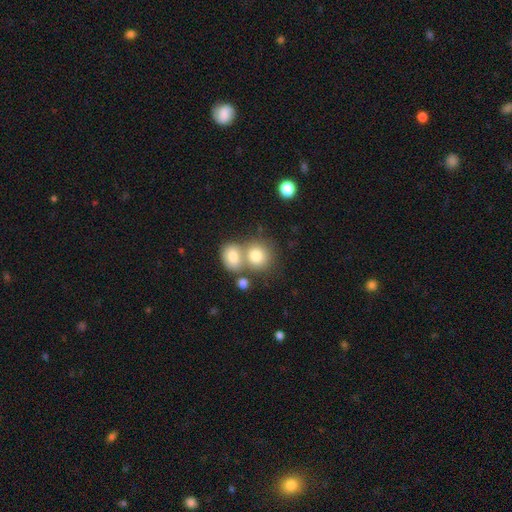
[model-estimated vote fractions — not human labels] Smooth or featured? smooth (77%)
How rounded? round (74%)
Merging? merger (49%)